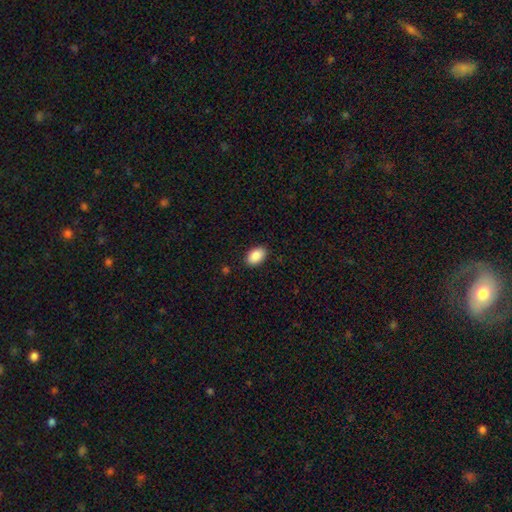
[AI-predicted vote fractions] smooth-or-featured: smooth: 90% | star or artifact: 7% | featured or disk: 3%
  how-rounded: in between: 90% | round: 9% | cigar-shaped: 1%
  merging: none: 88% | minor disturbance: 9% | major disturbance: 2% | merger: 1%